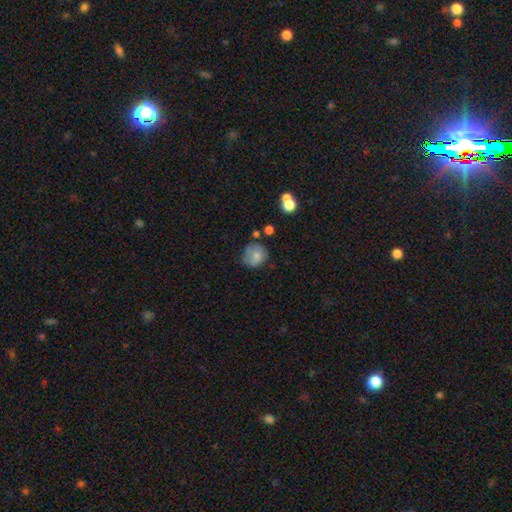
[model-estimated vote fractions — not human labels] Smooth or featured? Predicted: smooth (p=0.77). How rounded? Predicted: round (p=0.82). Merging? Predicted: none (p=0.63).